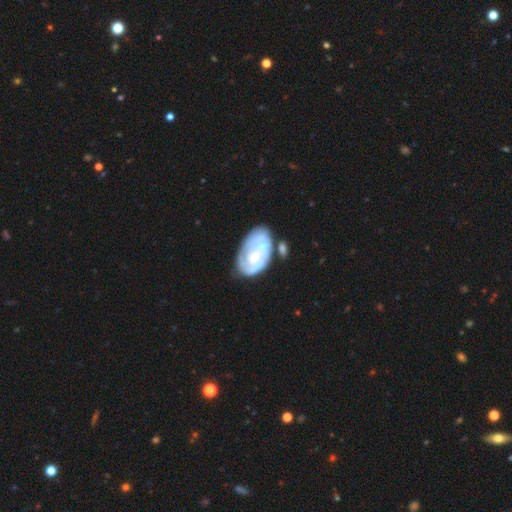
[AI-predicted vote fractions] Smooth or featured: featured or disk — 70% (smooth — 24%)
Edge-on disk: no — 97% (yes — 3%)
Bar: no — 78% (weak — 18%)
Spiral arms: yes — 66% (no — 34%)
Bulge size: small — 49% (moderate — 43%)
Merging: none — 46% (minor disturbance — 23%)